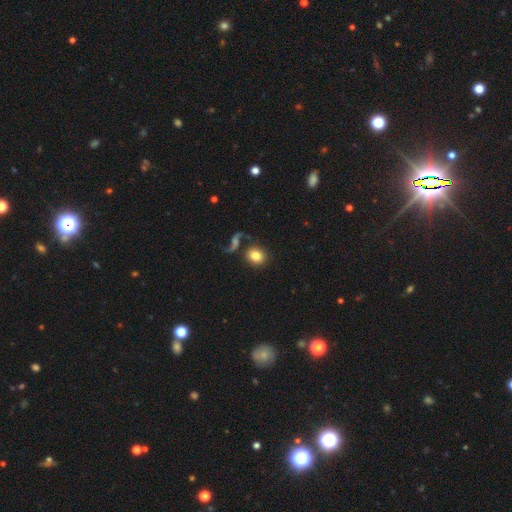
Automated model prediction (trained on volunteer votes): This appears to be a smooth galaxy with no disk features (79%) that is round (71%). Merging: none (70%).